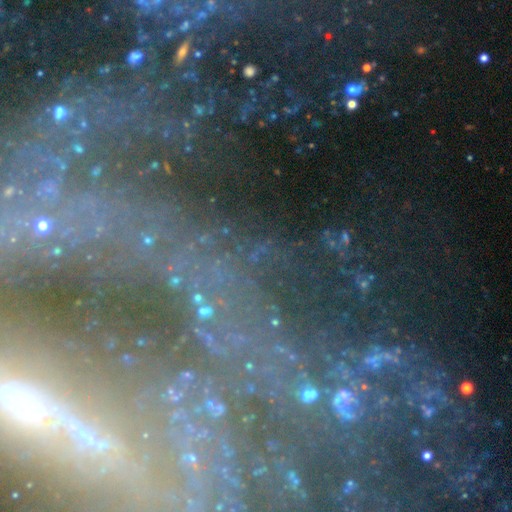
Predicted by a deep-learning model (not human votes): Smooth or featured: star or artifact — 62% (featured or disk — 26%)